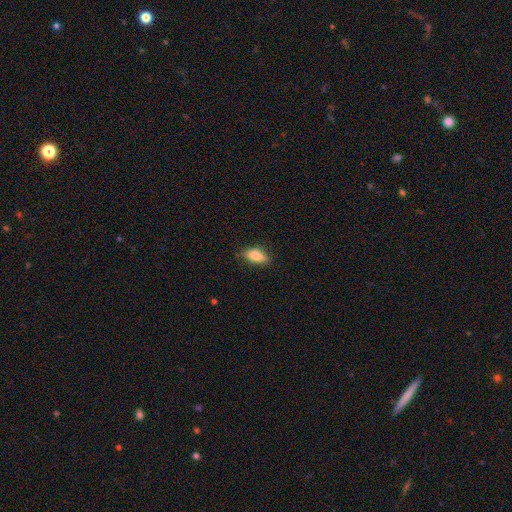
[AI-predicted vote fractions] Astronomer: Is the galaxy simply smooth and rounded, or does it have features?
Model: smooth — 81%.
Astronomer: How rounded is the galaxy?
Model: in between — 84%.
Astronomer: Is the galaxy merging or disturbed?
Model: none — 82%.